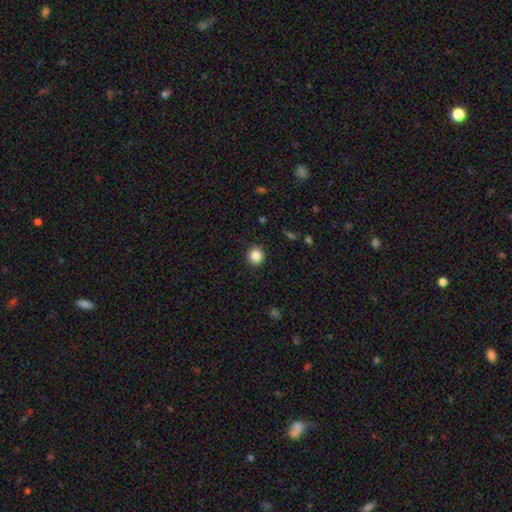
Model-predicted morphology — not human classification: A smooth galaxy with no disk features (85%) that is round (89%). Merging: none (91%).